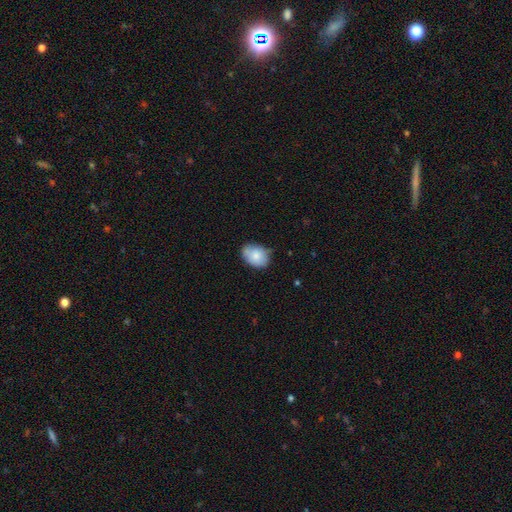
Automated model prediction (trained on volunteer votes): The model was most divided on "merging": none: 63%, minor disturbance: 30%, major disturbance: 5%, merger: 2%. More confident: smooth or featured — smooth (80%); how rounded — in between (75%).